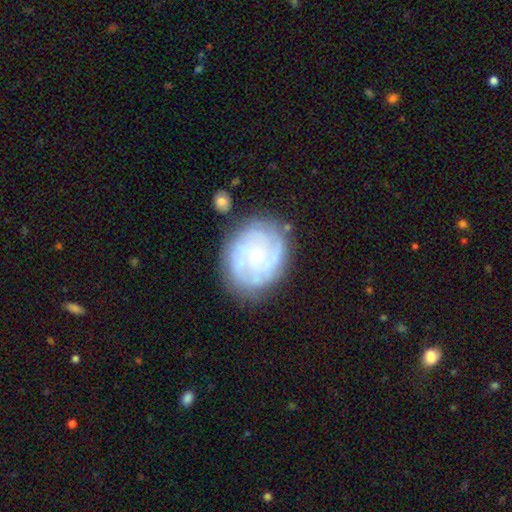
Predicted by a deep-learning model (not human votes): Overall: featured or disk (74%). Edge-on disk: no (98%). Bar: no (71%). Spiral arms: yes (90%). Spiral arm count: can't tell (36%; 3 24%). Spiral winding: tight (63%; medium 29%). Bulge size: small (52%; none 24%). Merging: none (74%).